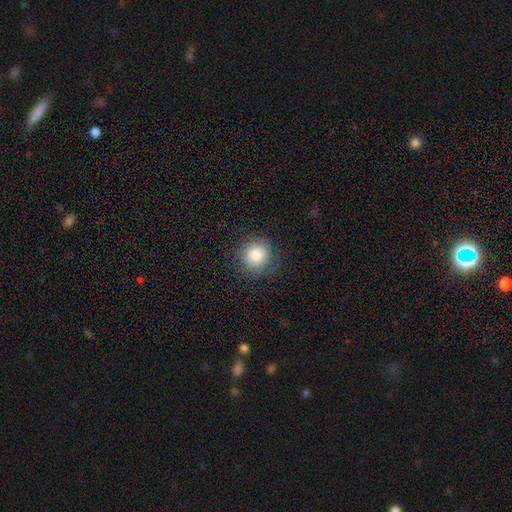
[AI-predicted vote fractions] Q: Smooth or featured?
A: smooth (82%); runner-up: star or artifact (10%)
Q: How rounded?
A: round (92%); runner-up: in between (7%)
Q: Merging?
A: none (85%); runner-up: minor disturbance (10%)